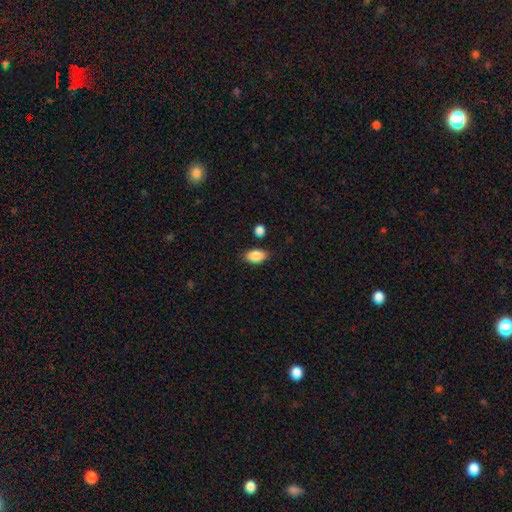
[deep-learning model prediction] Smooth or featured? Predicted: smooth (p=0.88). How rounded? Predicted: in between (p=0.90). Merging? Predicted: none (p=0.81).